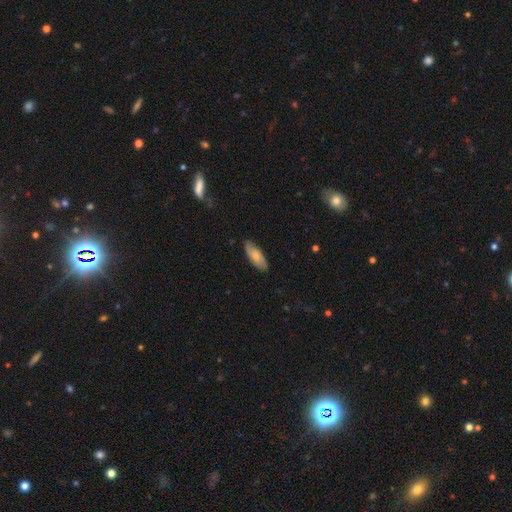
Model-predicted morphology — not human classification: smooth 67%, featured or disk 27%, star or artifact 6%. Down the decision tree: how rounded — in between (72%); merging — none (82%).